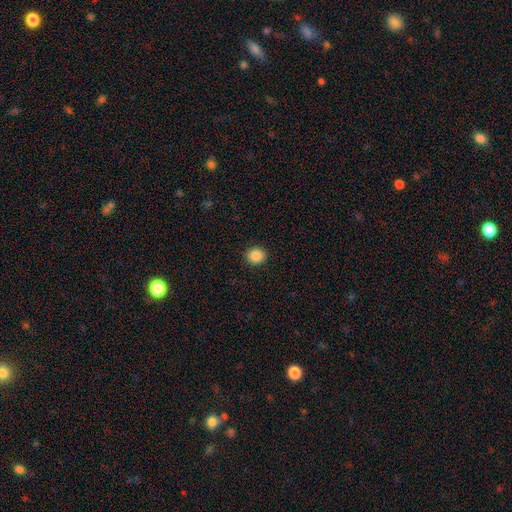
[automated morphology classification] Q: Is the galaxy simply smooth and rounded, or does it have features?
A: smooth — 88%.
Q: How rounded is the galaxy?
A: round — 84%.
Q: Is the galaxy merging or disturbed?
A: none — 91%.